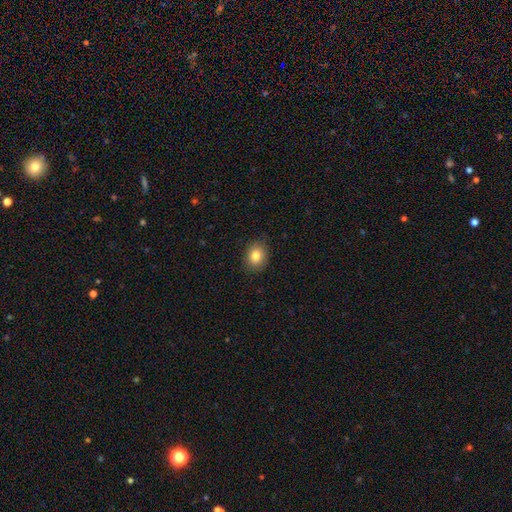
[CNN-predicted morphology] The model was most divided on "how rounded": in between: 51%, round: 48%, cigar-shaped: 1%. More confident: merging — none (86%); smooth or featured — smooth (83%).